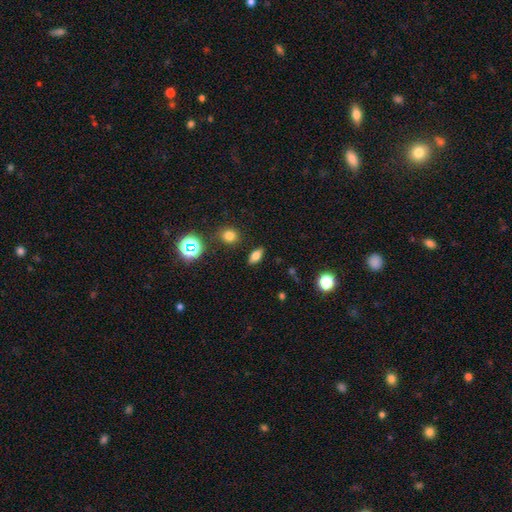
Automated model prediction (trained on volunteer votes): This is likely a smooth galaxy (70%). How rounded: clearly in between (81%). Merging: clearly none (87%).